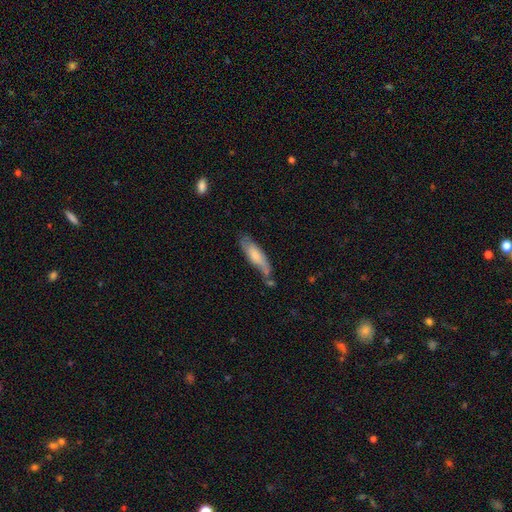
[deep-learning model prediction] Smooth or featured? smooth (66%)
How rounded? cigar-shaped (57%)
Merging? none (48%)